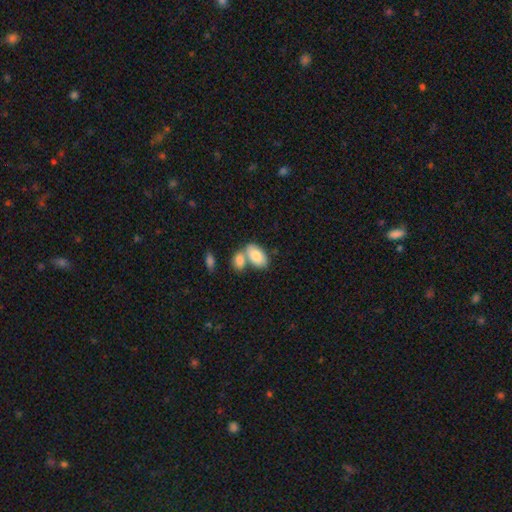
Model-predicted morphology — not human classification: A smooth galaxy with no disk features (81%) that is in between round and cigar-shaped (93%).

Vote fractions:
- Smooth or featured? smooth: 81% / featured or disk: 13% / star or artifact: 6%
- How rounded? in between: 93% / round: 5% / cigar-shaped: 2%
- Merging? merger: 49% / none: 37% / minor disturbance: 10% / major disturbance: 3%